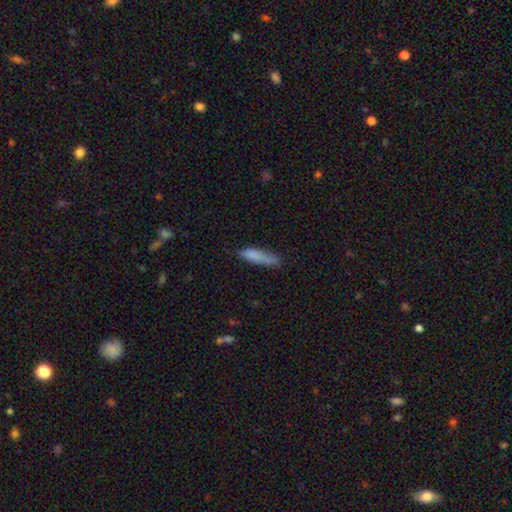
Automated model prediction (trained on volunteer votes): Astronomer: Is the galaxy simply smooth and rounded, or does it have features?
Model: smooth — 82%.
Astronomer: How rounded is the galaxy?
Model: cigar-shaped — 78%.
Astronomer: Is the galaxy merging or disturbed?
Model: none — 63%.